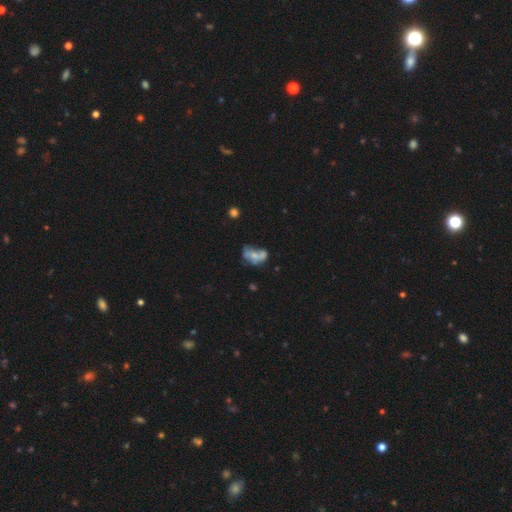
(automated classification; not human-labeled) A featured or disk galaxy (45%).

Vote fractions:
- Smooth or featured? featured or disk: 45% / smooth: 43% / star or artifact: 13%
- Merging? merger: 31% / none: 26% / major disturbance: 24% / minor disturbance: 19%